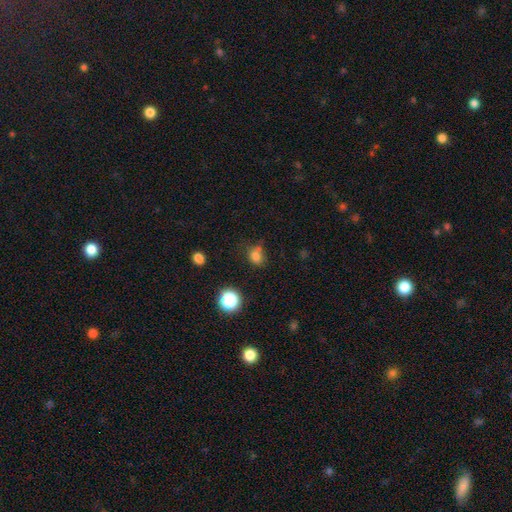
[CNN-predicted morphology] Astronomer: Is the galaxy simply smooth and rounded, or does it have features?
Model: smooth — 77%.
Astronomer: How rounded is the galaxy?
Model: round — 57% (runner-up: in between, 42%).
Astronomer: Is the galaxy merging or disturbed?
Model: none — 56%.